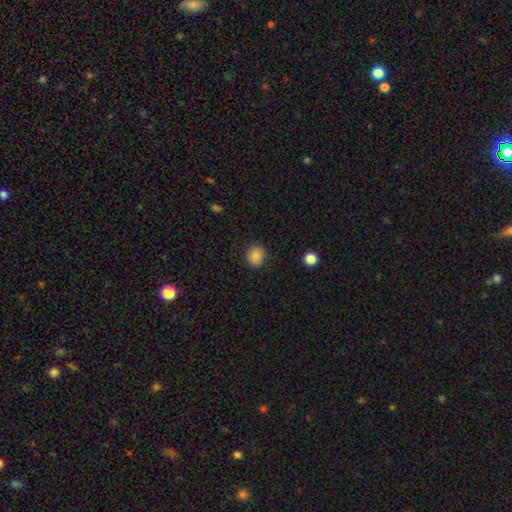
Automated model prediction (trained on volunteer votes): Overall: smooth (85%). How rounded: round (71%). Merging: none (85%).